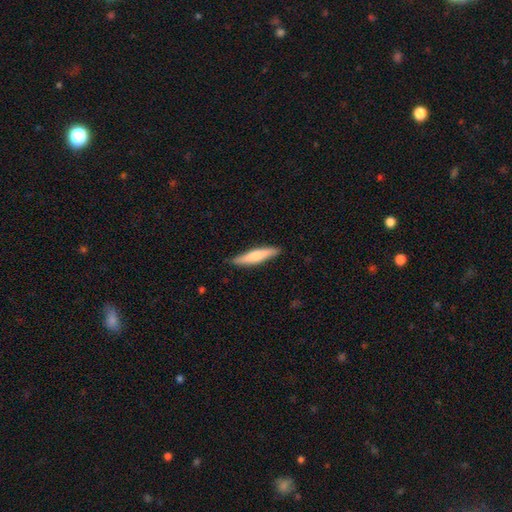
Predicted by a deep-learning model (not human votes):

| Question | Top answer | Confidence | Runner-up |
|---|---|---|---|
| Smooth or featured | smooth | 69% | featured or disk (26%) |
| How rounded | cigar-shaped | 86% | in between (13%) |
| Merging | none | 86% | minor disturbance (11%) |